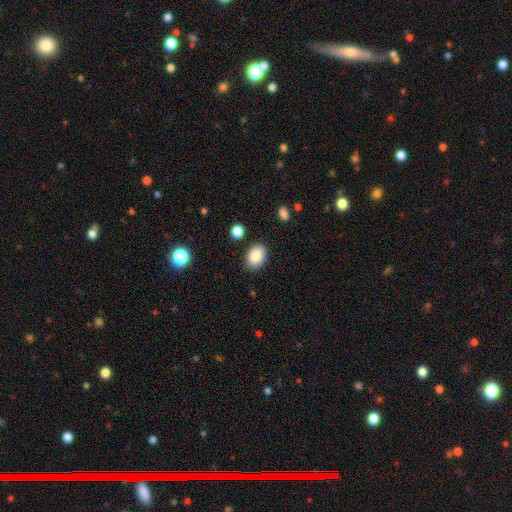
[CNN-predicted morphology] smooth-or-featured: smooth: 86% | star or artifact: 8% | featured or disk: 6%
  how-rounded: in between: 81% | round: 18% | cigar-shaped: 1%
  merging: none: 86% | minor disturbance: 10% | major disturbance: 2% | merger: 2%